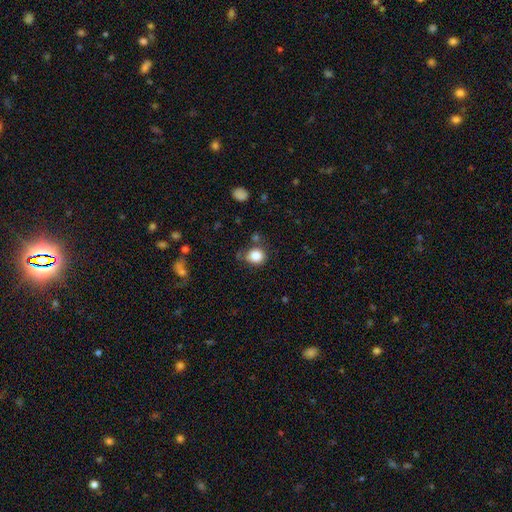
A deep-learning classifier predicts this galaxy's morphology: smooth-or-featured: smooth: 84% | star or artifact: 11% | featured or disk: 5%
  how-rounded: round: 80% | in between: 20% | cigar-shaped: 1%
  merging: none: 70% | minor disturbance: 17% | merger: 7% | major disturbance: 5%